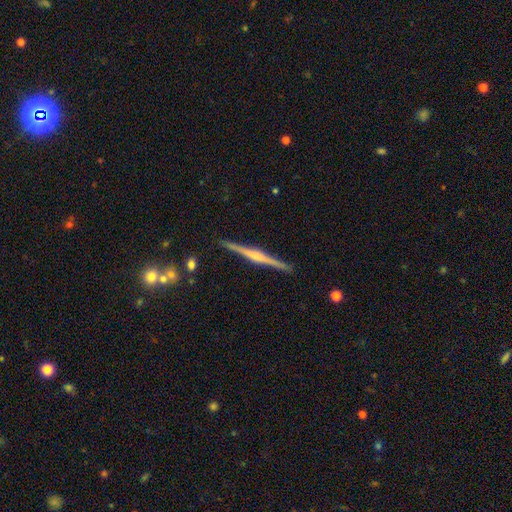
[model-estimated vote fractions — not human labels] A featured or disk galaxy (82%) viewed edge-on (99%) with a rounded central bulge (71%). Merging: none (92%).